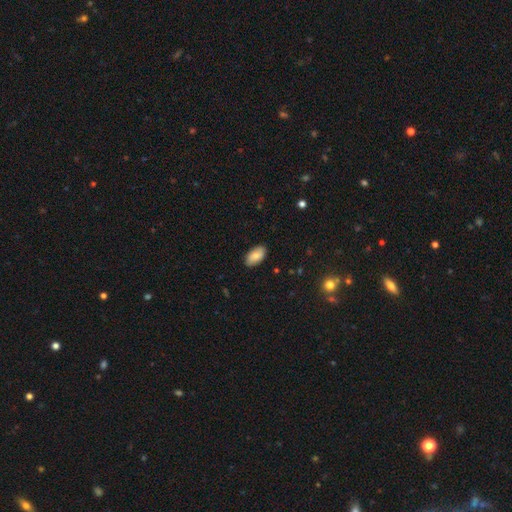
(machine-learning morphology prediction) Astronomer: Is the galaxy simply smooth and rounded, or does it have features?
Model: smooth — 81%.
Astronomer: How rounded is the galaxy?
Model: in between — 95%.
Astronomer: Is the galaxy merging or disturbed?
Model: none — 87%.